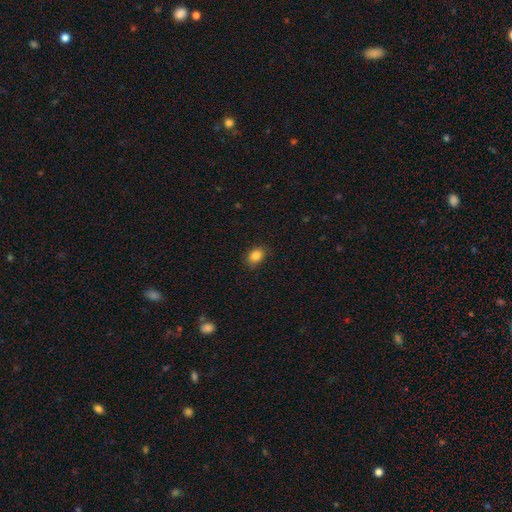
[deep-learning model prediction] smooth 85%, star or artifact 10%, featured or disk 5%. Down the decision tree: how rounded — in between (59%); merging — none (84%).